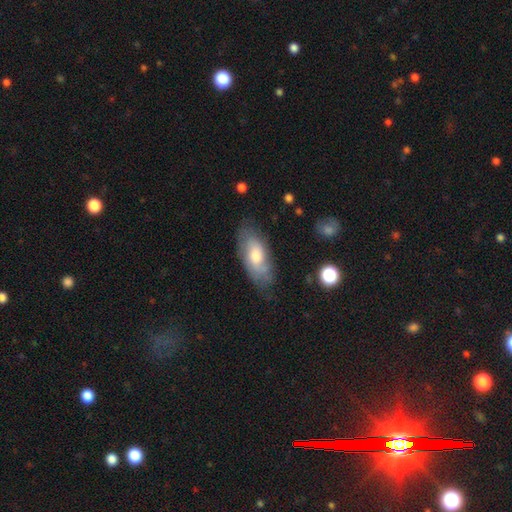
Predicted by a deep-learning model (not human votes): This is possibly a smooth galaxy (57%). How rounded: clearly in between (85%). Merging: likely none (69%).